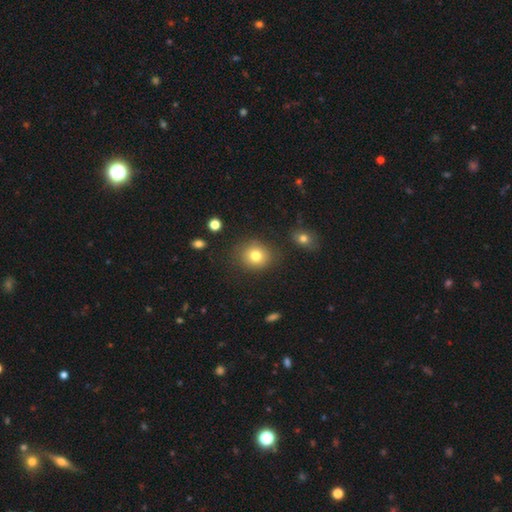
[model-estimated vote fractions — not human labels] Overall: smooth (80%). How rounded: round (77%). Merging: none (83%).